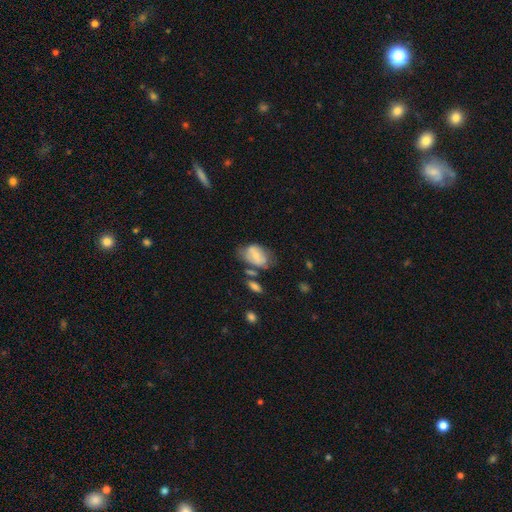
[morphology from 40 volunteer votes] smooth 60%, featured or disk 32%, star or artifact 8%. Down the decision tree: how rounded — in between (88%); merging — none (41%, tied with minor disturbance).